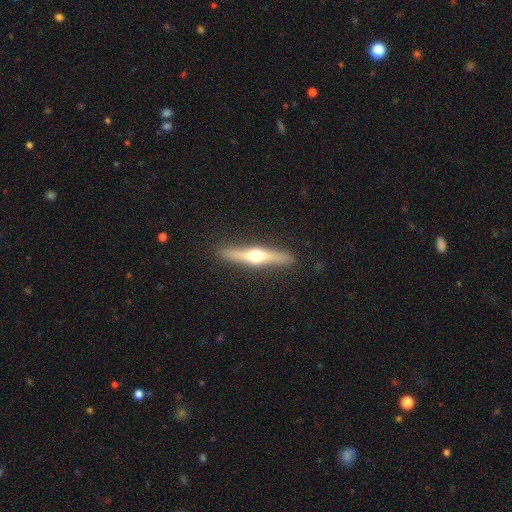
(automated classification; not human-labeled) featured or disk 69%, smooth 26%, star or artifact 5%. Down the decision tree: edge-on disk — yes (95%); edge-on bulge — rounded (94%); merging — none (89%).